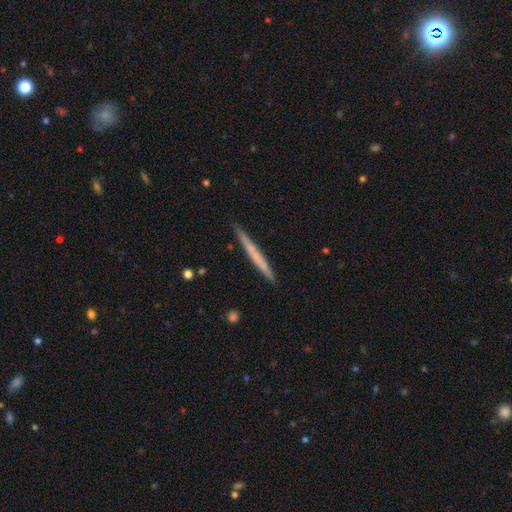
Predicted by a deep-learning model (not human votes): A smooth galaxy with no disk features (53%) that is cigar-shaped (97%). Merging: none (90%).